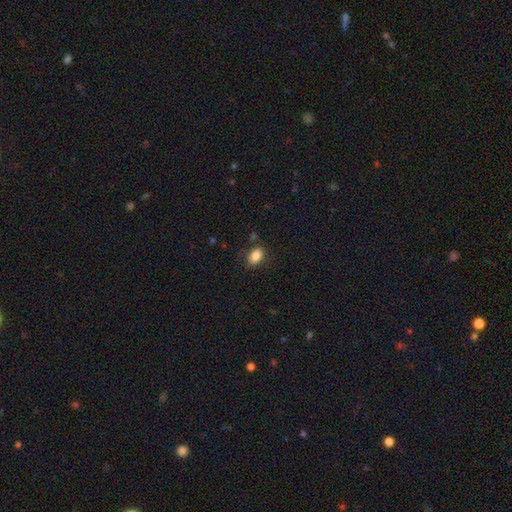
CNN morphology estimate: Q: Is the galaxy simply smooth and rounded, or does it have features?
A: smooth — 85%.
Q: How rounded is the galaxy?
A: in between — 86%.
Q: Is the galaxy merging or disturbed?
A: none — 82%.